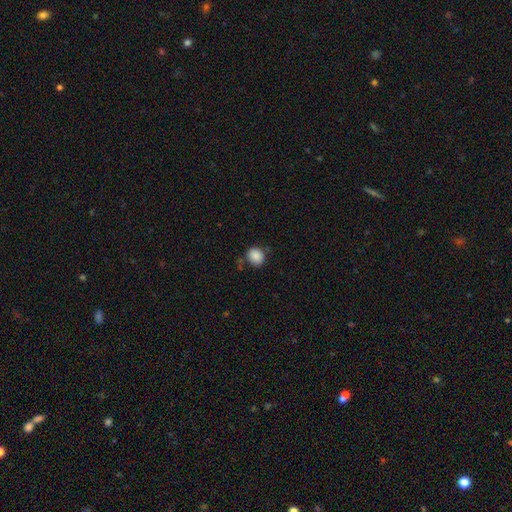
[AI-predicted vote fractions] Smooth or featured? Predicted: smooth (p=0.87). How rounded? Predicted: round (p=0.76). Merging? Predicted: none (p=0.74).